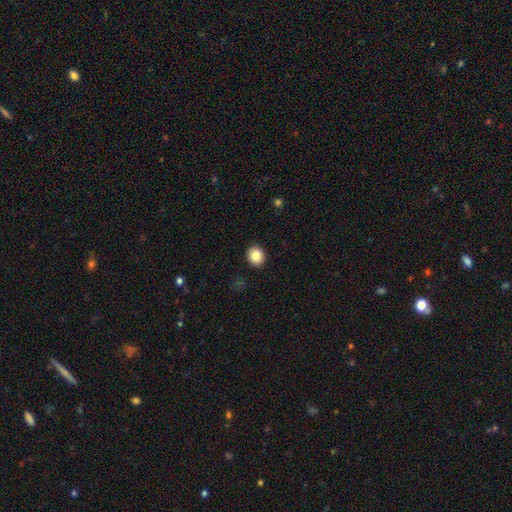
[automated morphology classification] The model was most divided on "how rounded": round: 76%, in between: 23%, cigar-shaped: 1%. More confident: merging — none (92%); smooth or featured — smooth (85%).